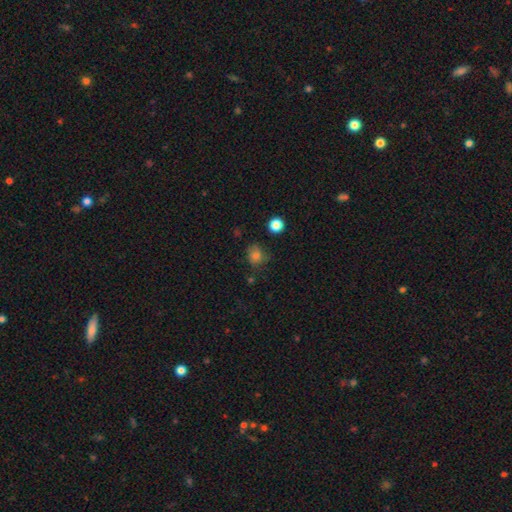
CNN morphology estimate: Overall: smooth (76%). How rounded: round (72%). Merging: none (63%; minor disturbance 24%).